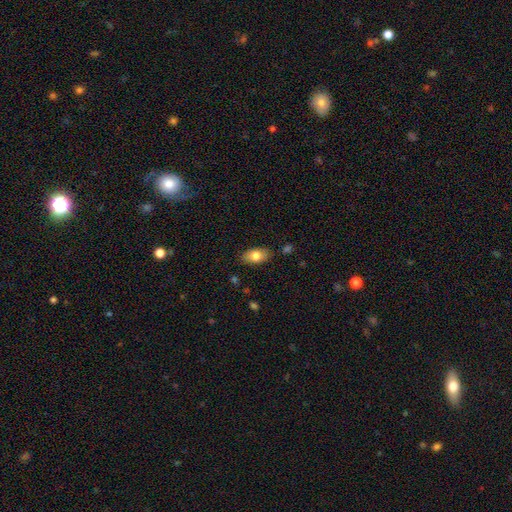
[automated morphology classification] Q: Smooth or featured?
A: smooth (80%); runner-up: featured or disk (13%)
Q: How rounded?
A: in between (91%); runner-up: round (6%)
Q: Merging?
A: none (84%); runner-up: minor disturbance (12%)